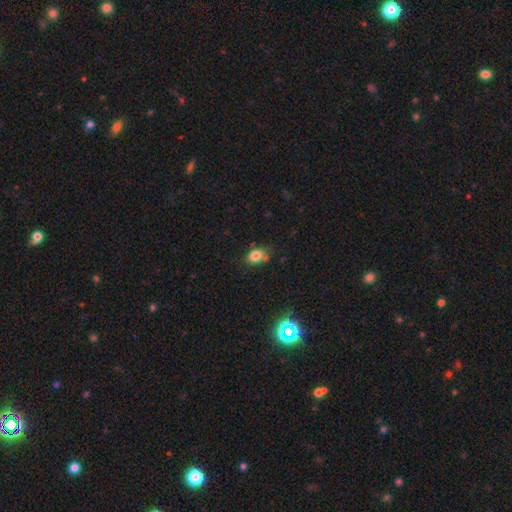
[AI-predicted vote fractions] smooth-or-featured: smooth: 80% | star or artifact: 11% | featured or disk: 9%
  how-rounded: in between: 77% | round: 20% | cigar-shaped: 2%
  merging: none: 65% | minor disturbance: 25% | major disturbance: 6% | merger: 5%